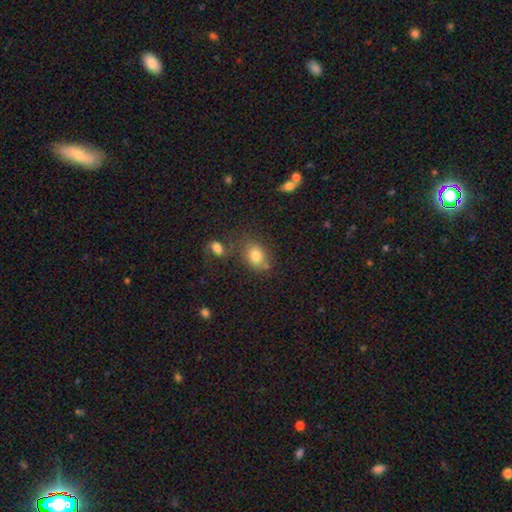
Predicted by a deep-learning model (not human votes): smooth-or-featured: smooth: 79% | star or artifact: 11% | featured or disk: 10%
  how-rounded: in between: 67% | round: 32% | cigar-shaped: 1%
  merging: none: 64% | minor disturbance: 16% | merger: 14% | major disturbance: 6%